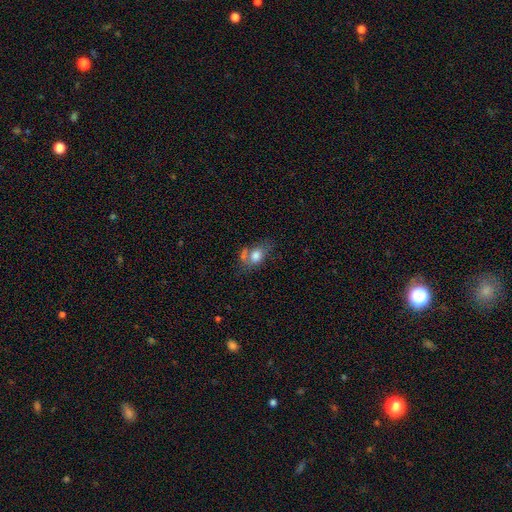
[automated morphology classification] Q: Smooth or featured?
A: smooth (73%); runner-up: featured or disk (17%)
Q: How rounded?
A: in between (76%); runner-up: round (21%)
Q: Merging?
A: none (38%); runner-up: merger (26%)